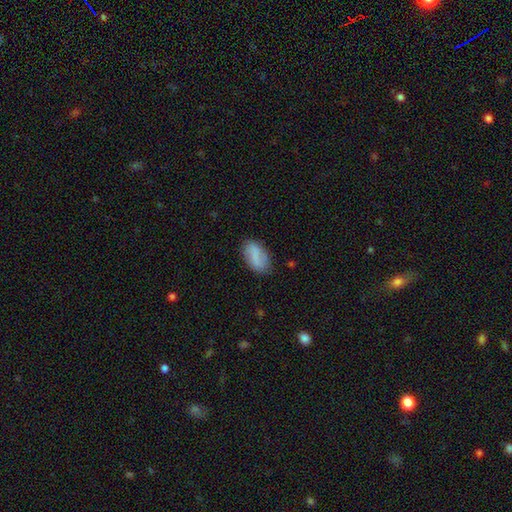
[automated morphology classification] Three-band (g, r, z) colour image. It shows a smooth galaxy with no disk features (74%) that is in between round and cigar-shaped (92%). Merging: none (77%).